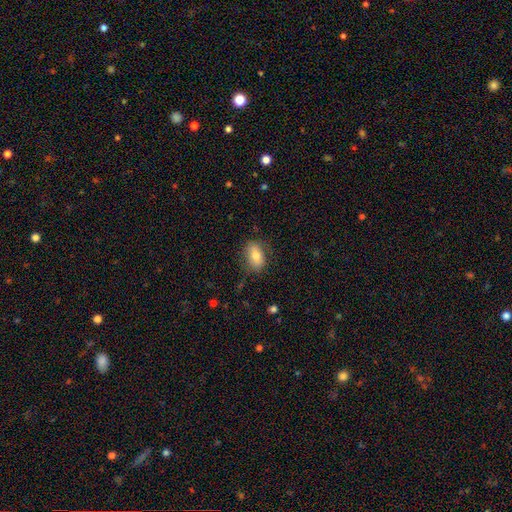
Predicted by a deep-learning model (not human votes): A smooth galaxy with no disk features (76%) that is in between round and cigar-shaped (84%). Merging: none (75%).